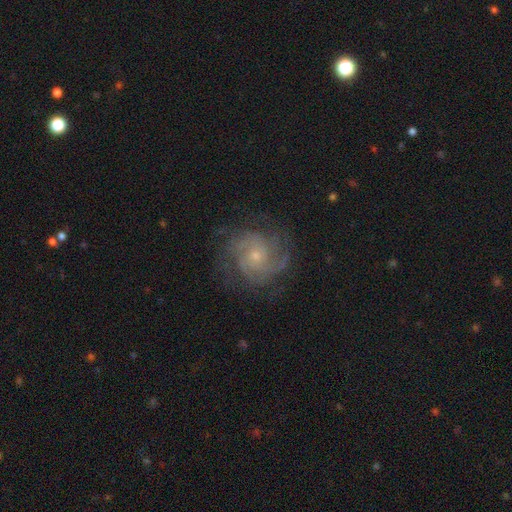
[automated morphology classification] This is clearly a featured or disk galaxy (81%). It is clearly not viewed edge-on (98%). Bar: likely no (76%). Spiral arm pattern: clearly yes (95%). Spiral arm count: marginally 3 (26%, tied with can't tell). Spiral winding: possibly tight (53%). Central bulge: likely small (69%). Merging: likely none (74%).